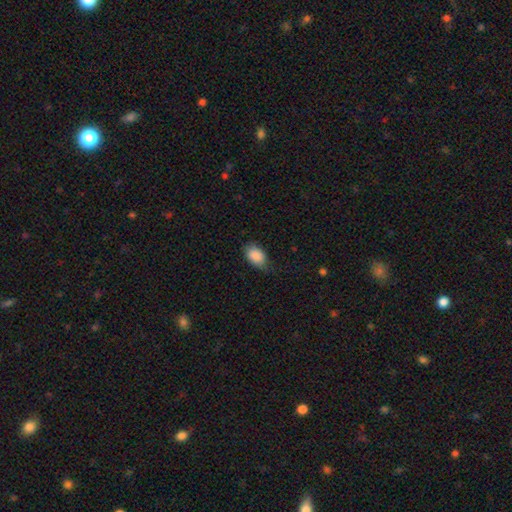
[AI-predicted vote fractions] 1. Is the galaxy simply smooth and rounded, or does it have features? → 89% smooth, 7% star or artifact, 5% featured or disk.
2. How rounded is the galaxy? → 87% in between, 12% round, 1% cigar-shaped.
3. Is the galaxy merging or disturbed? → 66% none, 26% minor disturbance, 6% major disturbance, 1% merger.